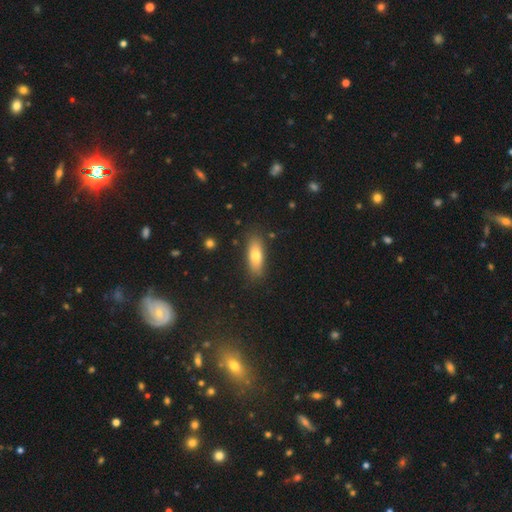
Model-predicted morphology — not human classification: The model was most divided on "how rounded": in between: 65%, cigar-shaped: 32%, round: 3%. More confident: merging — none (83%); smooth or featured — smooth (72%).